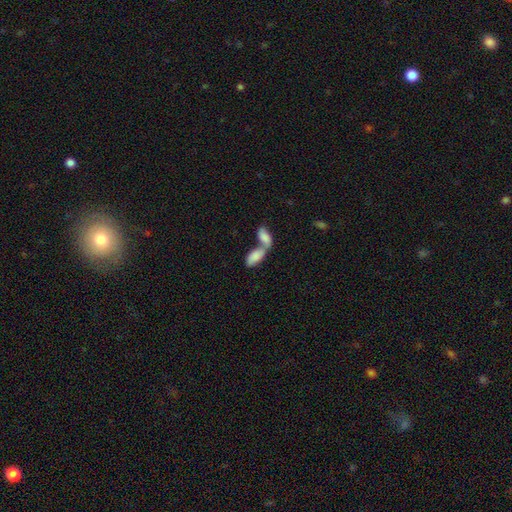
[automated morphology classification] This appears to be a smooth galaxy with no disk features (80%) that is in between round and cigar-shaped (90%). Merging: merger (78%).